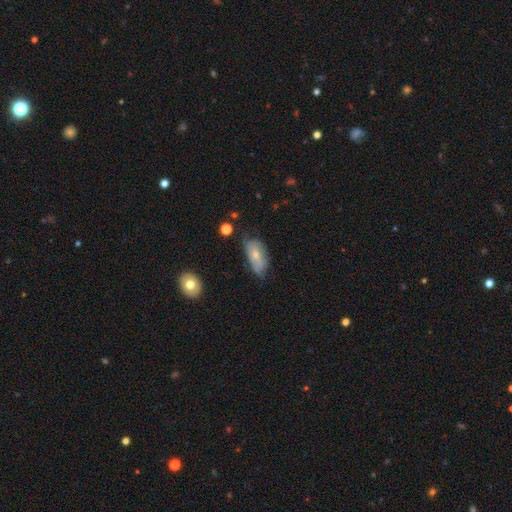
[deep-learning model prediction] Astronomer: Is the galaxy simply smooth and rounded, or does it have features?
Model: smooth — 54% (runner-up: featured or disk, 38%).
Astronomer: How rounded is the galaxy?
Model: in between — 90%.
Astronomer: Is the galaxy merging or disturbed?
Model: none — 45% (runner-up: minor disturbance, 38%).